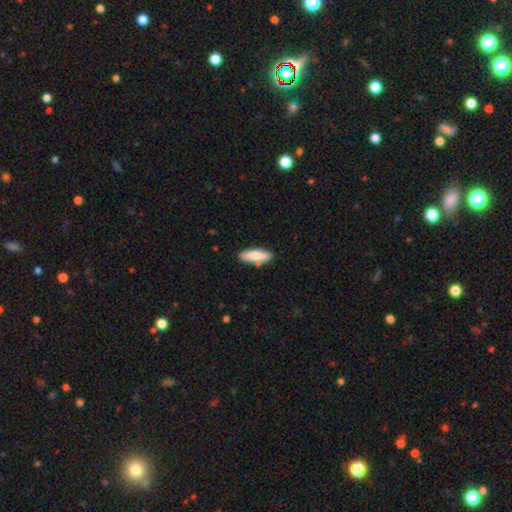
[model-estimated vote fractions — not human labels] Q: Smooth or featured?
A: smooth (80%); runner-up: featured or disk (14%)
Q: How rounded?
A: in between (55%); runner-up: cigar-shaped (43%)
Q: Merging?
A: none (82%); runner-up: minor disturbance (11%)